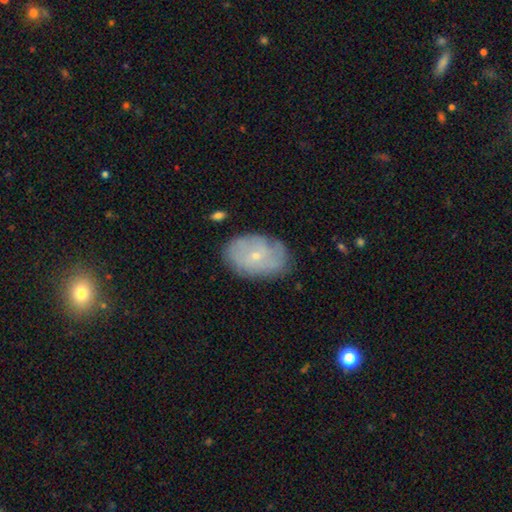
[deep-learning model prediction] featured or disk 54%, smooth 38%, star or artifact 8%. Down the decision tree: edge-on disk — no (94%); bar — no (78%); spiral arms — yes (64%); bulge size — small (80%); merging — none (73%).